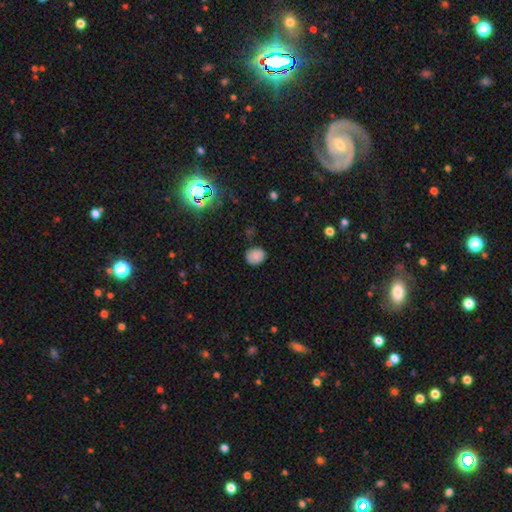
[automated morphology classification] type=smooth (79%); roundness=round (64%); merging=none (75%).